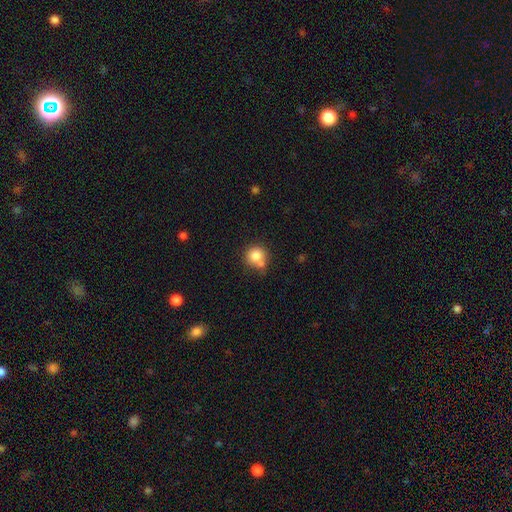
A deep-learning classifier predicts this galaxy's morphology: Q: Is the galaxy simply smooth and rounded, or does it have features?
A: smooth — 80%.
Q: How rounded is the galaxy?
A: round — 90%.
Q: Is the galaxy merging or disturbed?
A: none — 56%.